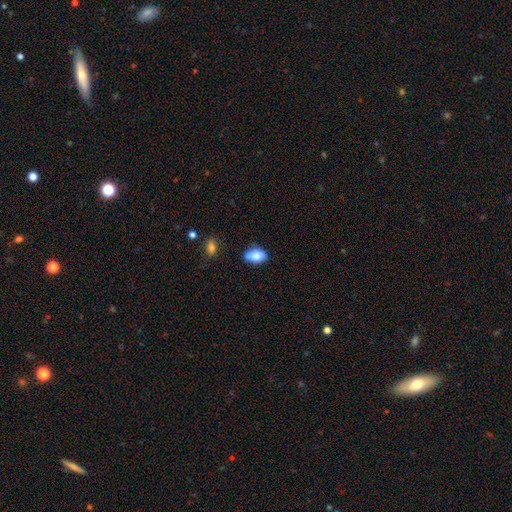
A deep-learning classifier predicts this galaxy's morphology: Q: Smooth or featured?
A: smooth (83%); runner-up: featured or disk (10%)
Q: How rounded?
A: in between (89%); runner-up: round (9%)
Q: Merging?
A: none (67%); runner-up: minor disturbance (25%)